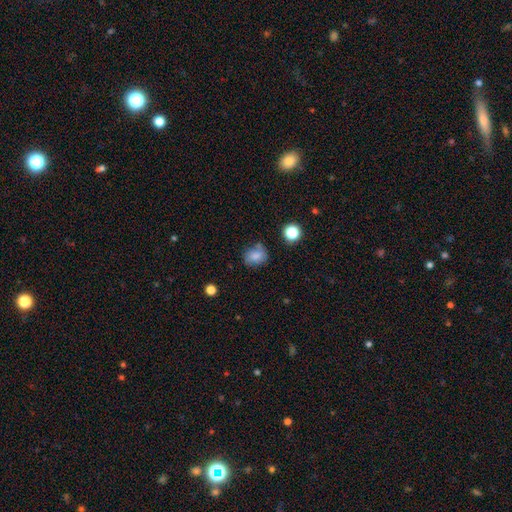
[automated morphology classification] The model was most divided on "how rounded": round: 56%, in between: 43%, cigar-shaped: 1%. More confident: smooth or featured — smooth (79%); merging — none (64%).